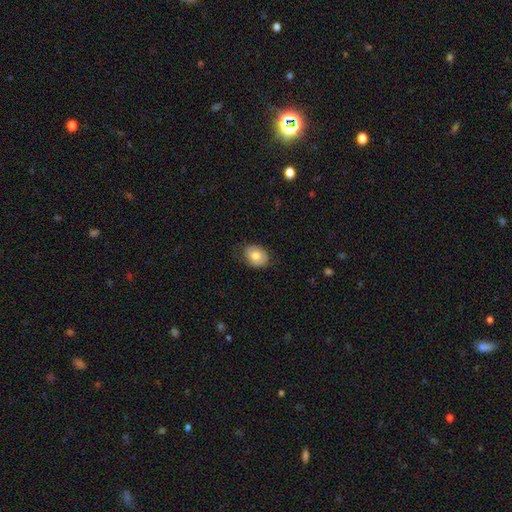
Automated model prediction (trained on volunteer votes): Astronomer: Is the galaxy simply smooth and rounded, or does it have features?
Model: smooth — 76%.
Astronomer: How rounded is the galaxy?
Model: in between — 60% (runner-up: round, 40%).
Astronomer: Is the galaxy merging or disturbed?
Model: none — 73%.